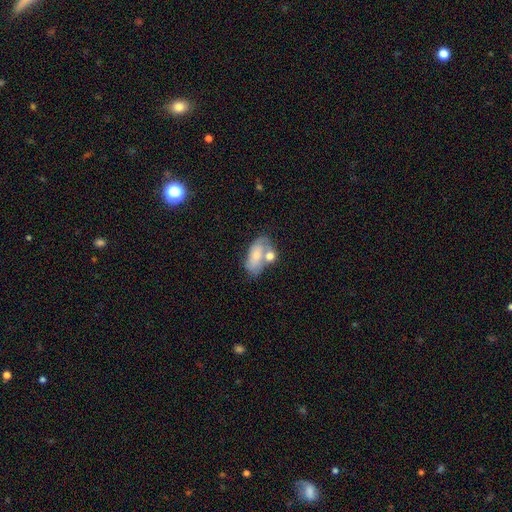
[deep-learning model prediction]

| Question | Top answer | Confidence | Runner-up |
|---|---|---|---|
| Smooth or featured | smooth | 65% | featured or disk (28%) |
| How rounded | in between | 89% | round (7%) |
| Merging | merger | 42% | none (32%) |